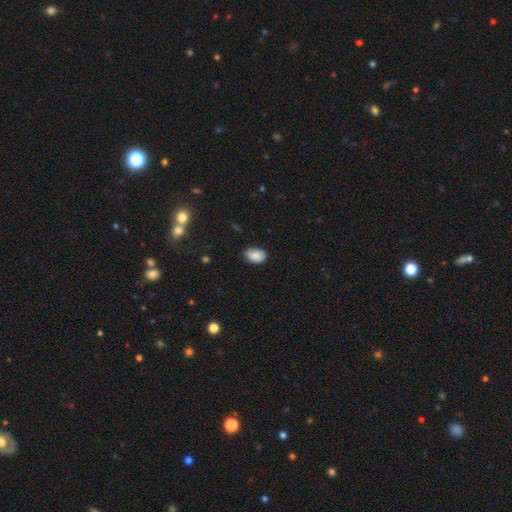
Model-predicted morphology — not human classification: smooth 88%, star or artifact 7%, featured or disk 5%. Down the decision tree: how rounded — in between (87%); merging — none (80%).